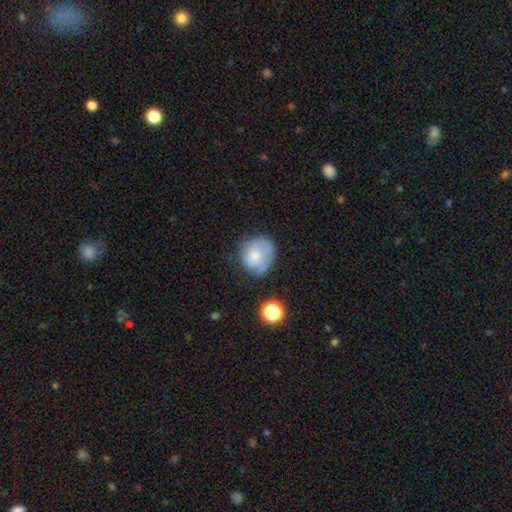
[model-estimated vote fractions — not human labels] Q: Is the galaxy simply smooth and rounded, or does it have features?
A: smooth — 57%.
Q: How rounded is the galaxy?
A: round — 70%.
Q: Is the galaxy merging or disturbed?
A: none — 51%.